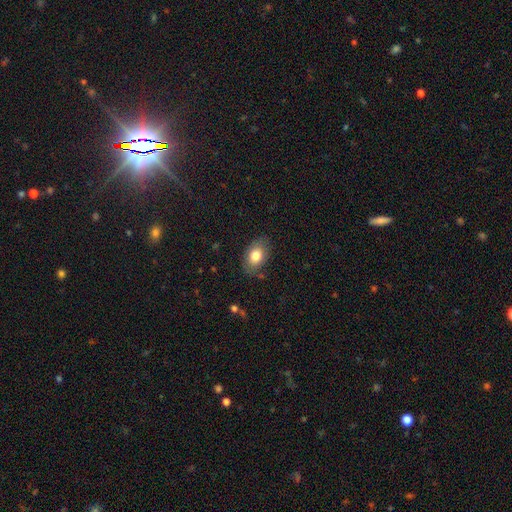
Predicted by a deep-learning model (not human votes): Smooth or featured?
  - smooth: 80% *
  - featured or disk: 12%
  - star or artifact: 8%
How rounded?
  - in between: 85% *
  - round: 14%
  - cigar-shaped: 1%
Merging?
  - none: 81% *
  - minor disturbance: 15%
  - major disturbance: 3%
  - merger: 1%